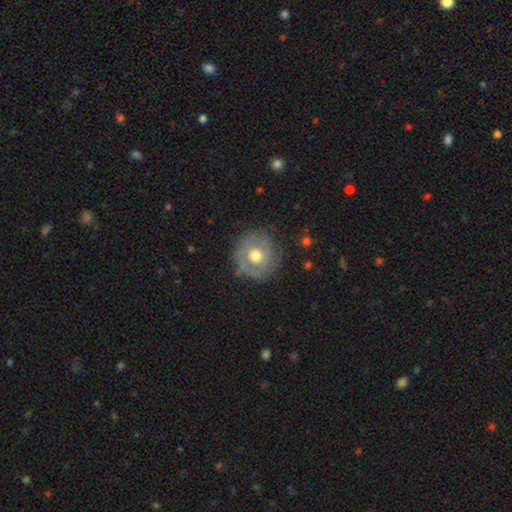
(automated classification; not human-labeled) Smooth or featured: featured or disk — 54% (smooth — 39%)
Edge-on disk: no — 96% (yes — 4%)
Bar: no — 84% (weak — 13%)
Spiral arms: yes — 54% (no — 46%)
Bulge size: moderate — 73% (large — 17%)
Merging: none — 79% (minor disturbance — 14%)